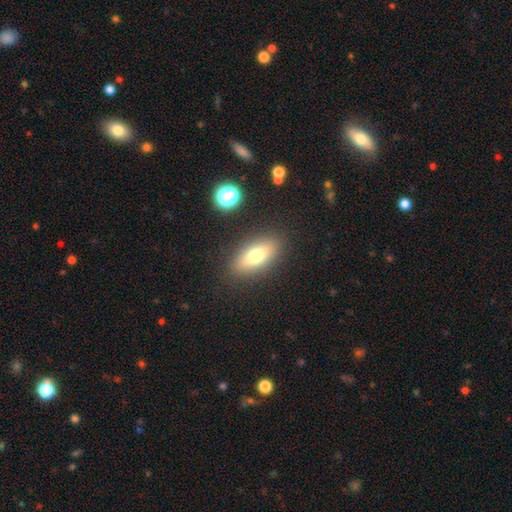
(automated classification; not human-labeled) smooth-or-featured: smooth: 71% | featured or disk: 19% | star or artifact: 10%
  how-rounded: in between: 79% | cigar-shaped: 16% | round: 5%
  merging: none: 86% | minor disturbance: 9% | major disturbance: 3% | merger: 2%